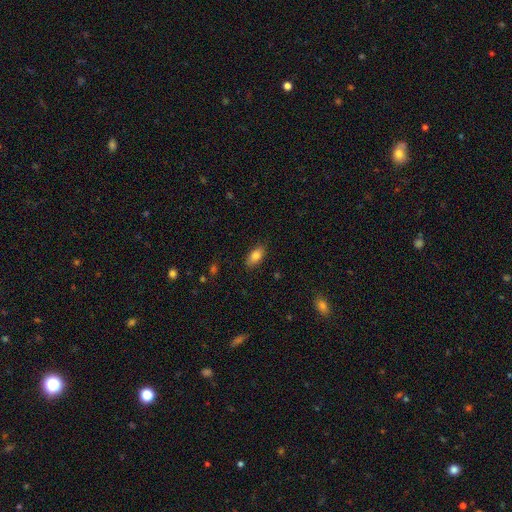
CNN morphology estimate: Overall: smooth (82%). How rounded: in between (90%). Merging: none (86%).